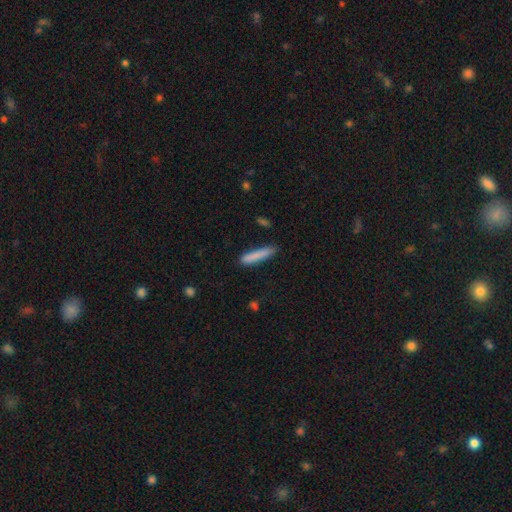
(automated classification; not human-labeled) A smooth galaxy with no disk features (83%) that is cigar-shaped (91%).

Vote fractions:
- Smooth or featured? smooth: 83% / featured or disk: 11% / star or artifact: 6%
- How rounded? cigar-shaped: 91% / in between: 8% / round: 1%
- Merging? none: 81% / minor disturbance: 14% / major disturbance: 3% / merger: 2%